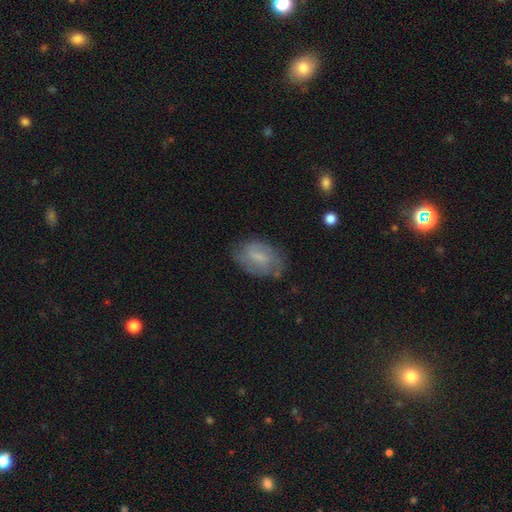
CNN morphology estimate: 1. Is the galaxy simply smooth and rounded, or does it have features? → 49% smooth, 43% featured or disk, 9% star or artifact.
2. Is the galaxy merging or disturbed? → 70% none, 22% minor disturbance, 7% major disturbance, 2% merger.